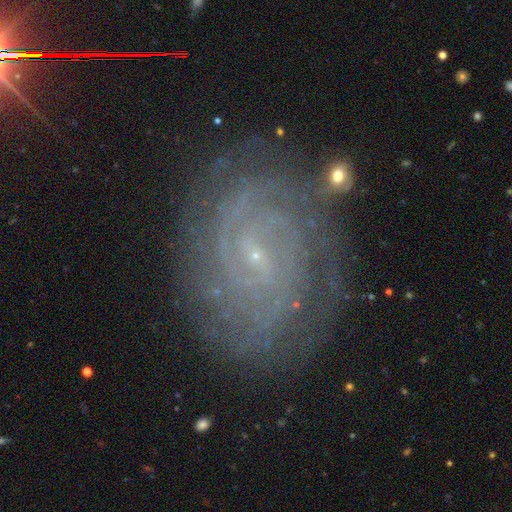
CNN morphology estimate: type=featured or disk (82%); edge-on=no (97%); bar=no (51%); spiral arms=yes (97%); winding=tight (73%); arm count=can't tell (31%); bulge=small (87%); merging=none (81%).